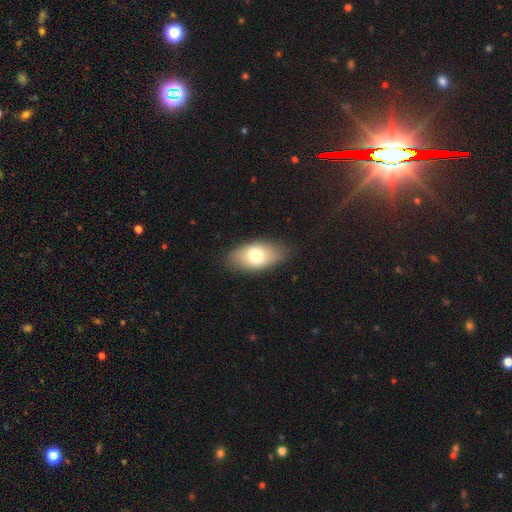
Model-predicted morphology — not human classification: A smooth galaxy with no disk features (74%) that is in between round and cigar-shaped (91%). Merging: none (80%).